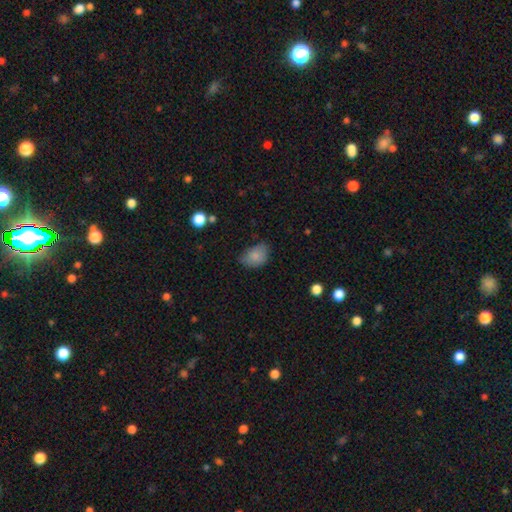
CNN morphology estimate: Smooth or featured? Predicted: smooth (p=0.84). How rounded? Predicted: in between (p=0.79). Merging? Predicted: none (p=0.59).